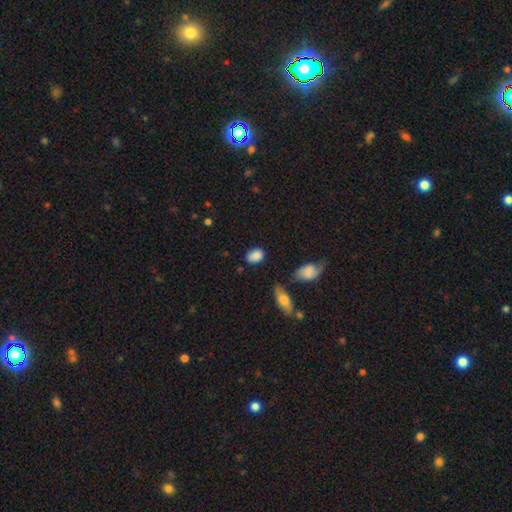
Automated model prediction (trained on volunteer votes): The model was most divided on "how rounded": in between: 78%, round: 21%, cigar-shaped: 2%. More confident: smooth or featured — smooth (86%); merging — none (77%).